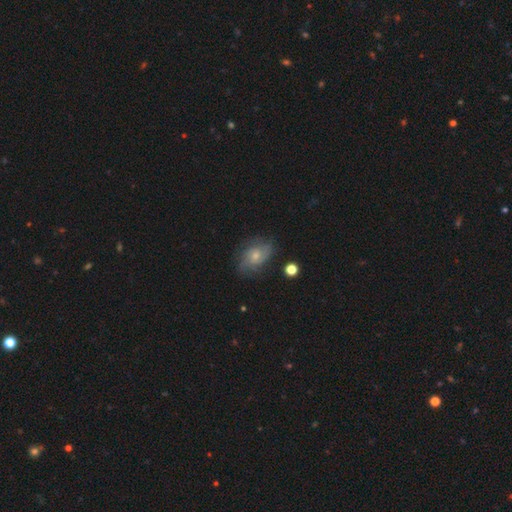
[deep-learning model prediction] This appears to be a featured or disk galaxy (59%) with no bar (74%), spiral arms (85%) and a small central bulge (46%). Merging: none (66%).